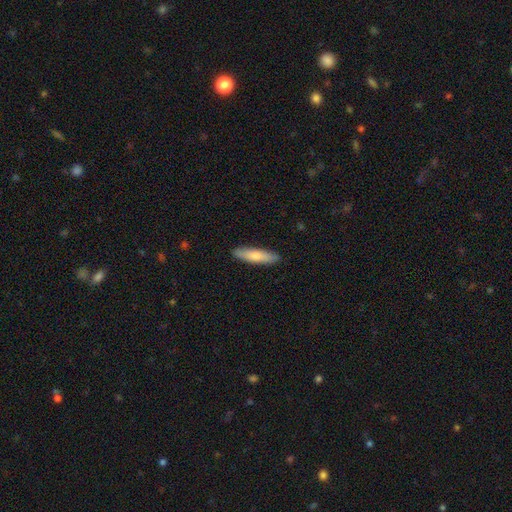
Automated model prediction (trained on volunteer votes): Q: Smooth or featured?
A: smooth (72%); runner-up: featured or disk (22%)
Q: How rounded?
A: cigar-shaped (73%); runner-up: in between (26%)
Q: Merging?
A: none (89%); runner-up: minor disturbance (8%)